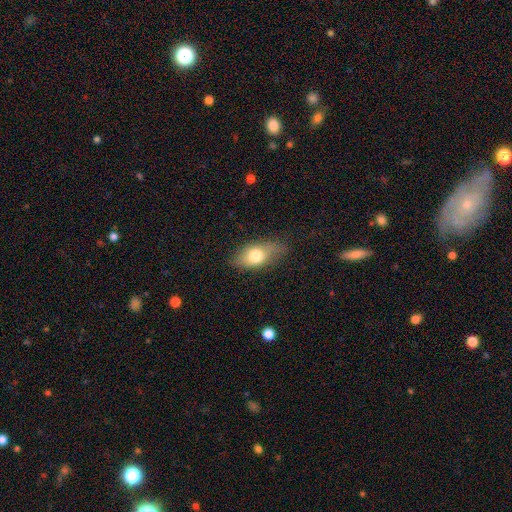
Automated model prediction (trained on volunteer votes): Morphology: type=smooth (71%); roundness=in between (84%); merging=none (72%).